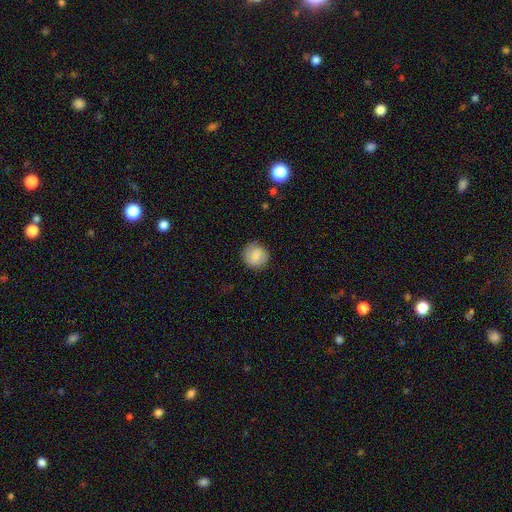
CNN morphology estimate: smooth-or-featured: smooth: 79% | featured or disk: 13% | star or artifact: 8%
  how-rounded: round: 91% | in between: 8% | cigar-shaped: 1%
  merging: none: 84% | minor disturbance: 12% | major disturbance: 3% | merger: 1%